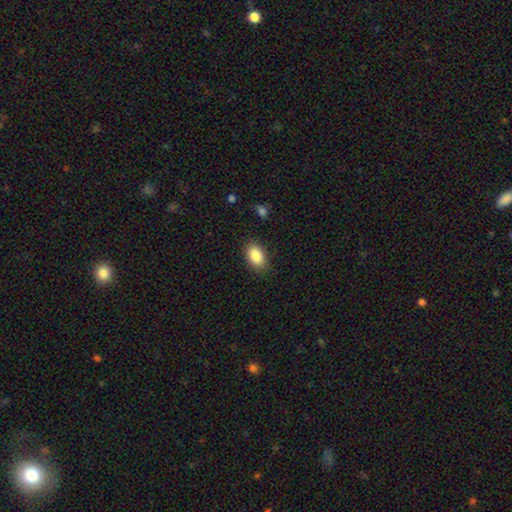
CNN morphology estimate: Smooth or featured: smooth — 87% (star or artifact — 7%)
How rounded: in between — 89% (round — 10%)
Merging: none — 86% (minor disturbance — 10%)